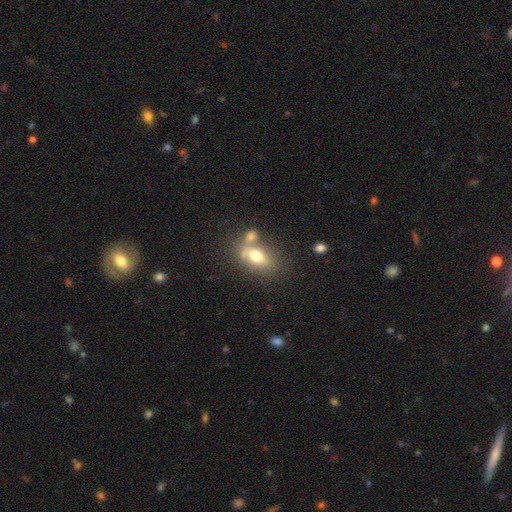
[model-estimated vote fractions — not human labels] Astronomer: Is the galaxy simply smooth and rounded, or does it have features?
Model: smooth — 65%.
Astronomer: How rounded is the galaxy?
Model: in between — 82%.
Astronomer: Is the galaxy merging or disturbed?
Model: none — 41% (runner-up: merger, 35%).